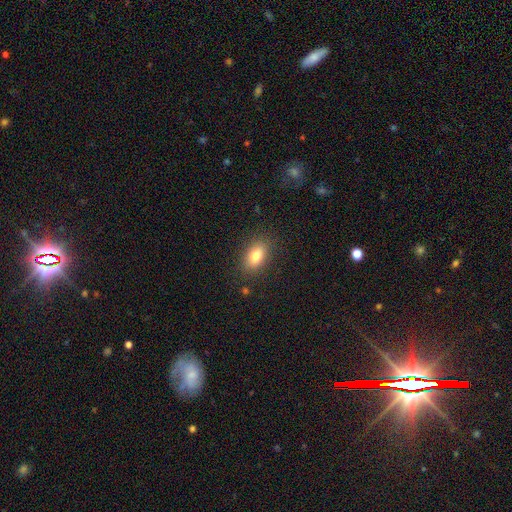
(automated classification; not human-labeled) smooth-or-featured: smooth: 79% | featured or disk: 12% | star or artifact: 9%
  how-rounded: in between: 86% | round: 10% | cigar-shaped: 4%
  merging: none: 86% | minor disturbance: 10% | major disturbance: 3% | merger: 1%